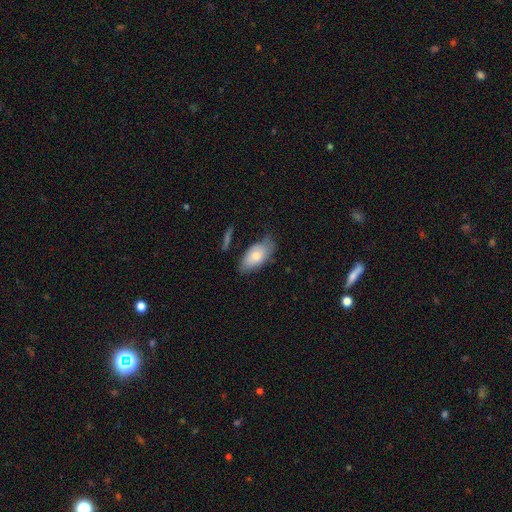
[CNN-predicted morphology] type=smooth (70%); roundness=in between (92%); merging=none (62%).